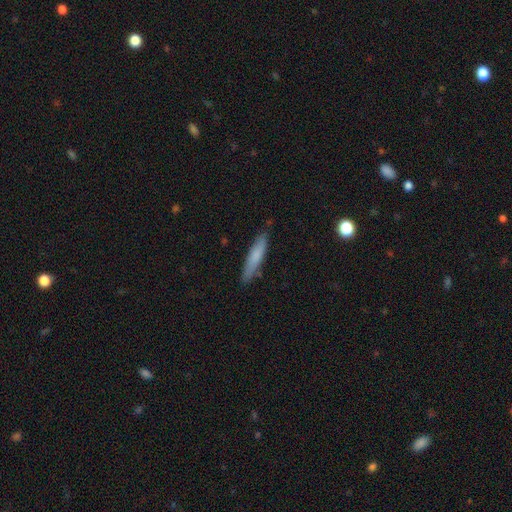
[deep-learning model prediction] This appears to be a smooth galaxy with no disk features (72%) that is cigar-shaped (88%). Merging: none (85%).